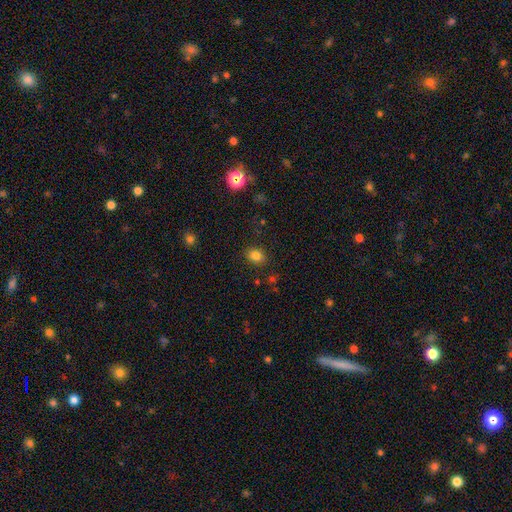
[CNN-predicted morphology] A smooth galaxy with no disk features (82%) that is round (50%). Merging: none (86%).